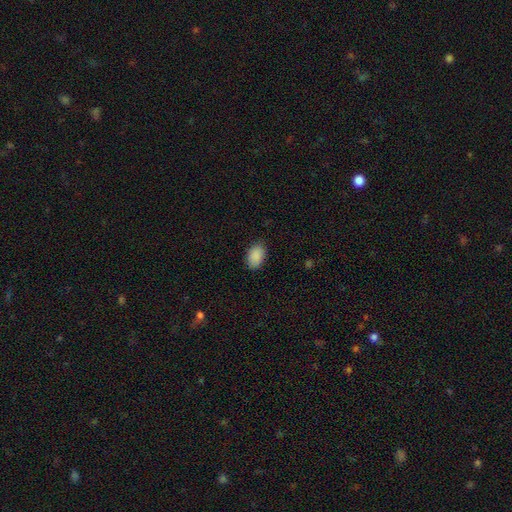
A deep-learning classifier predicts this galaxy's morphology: Overall: smooth (90%). How rounded: in between (88%). Merging: none (85%).